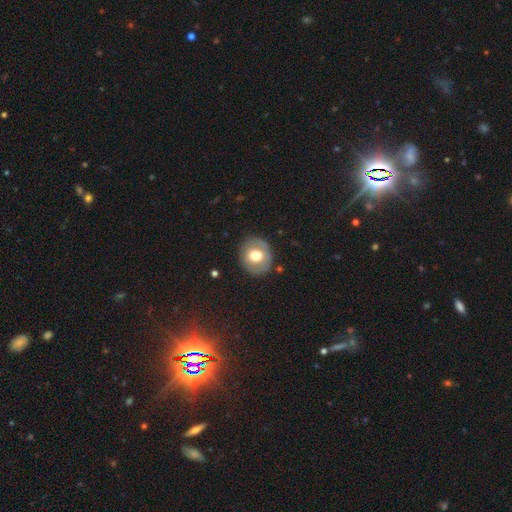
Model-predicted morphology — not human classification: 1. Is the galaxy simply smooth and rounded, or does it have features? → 64% smooth, 28% featured or disk, 8% star or artifact.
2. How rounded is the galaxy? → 82% round, 17% in between, 1% cigar-shaped.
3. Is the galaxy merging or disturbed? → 84% none, 11% minor disturbance, 4% major disturbance, 2% merger.